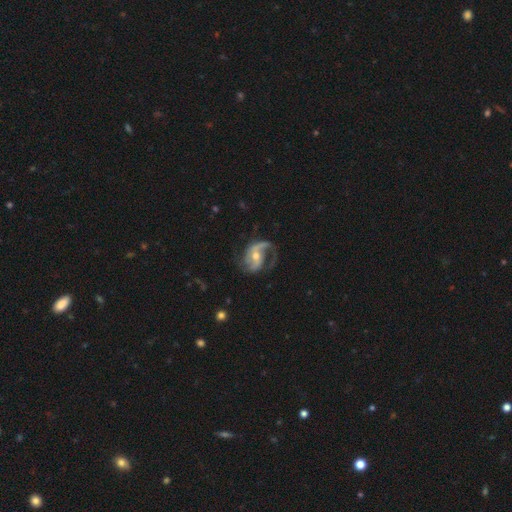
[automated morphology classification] This is clearly a featured or disk galaxy (88%). It is clearly not viewed edge-on (97%). Bar: marginally weak (40%). Spiral arm pattern: clearly yes (96%). Spiral arm count: likely 2 (75%). Spiral winding: possibly loose (46%). Central bulge: possibly moderate (57%). Merging: possibly none (57%).